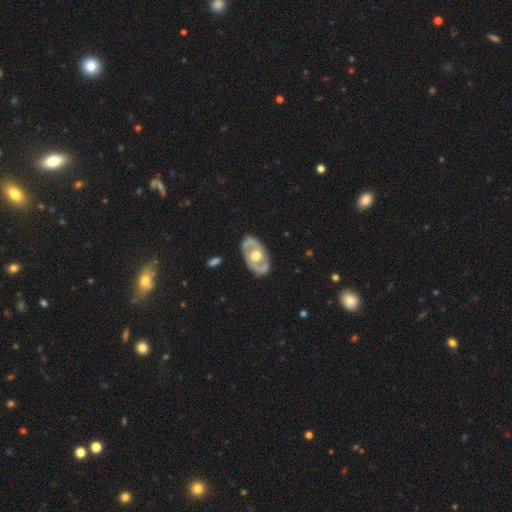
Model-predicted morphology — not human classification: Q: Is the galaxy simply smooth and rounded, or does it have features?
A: featured or disk — 78%.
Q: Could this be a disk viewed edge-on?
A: no — 93%.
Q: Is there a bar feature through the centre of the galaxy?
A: no — 66%.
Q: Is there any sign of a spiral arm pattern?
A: yes — 67%.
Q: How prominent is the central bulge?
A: moderate — 69%.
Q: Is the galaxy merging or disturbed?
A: none — 81%.